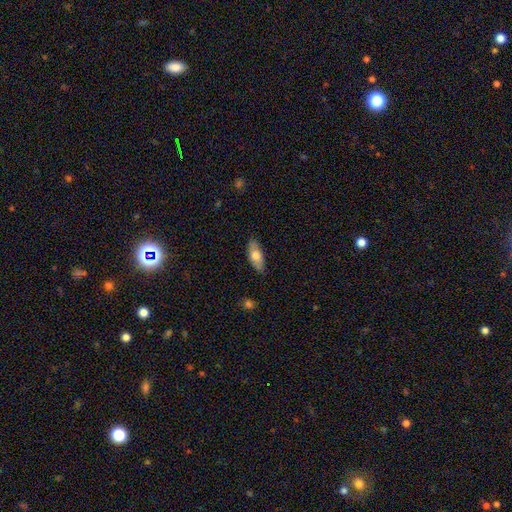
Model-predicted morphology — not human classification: Smooth or featured: smooth — 68% (featured or disk — 25%)
How rounded: in between — 81% (cigar-shaped — 16%)
Merging: none — 82% (minor disturbance — 14%)